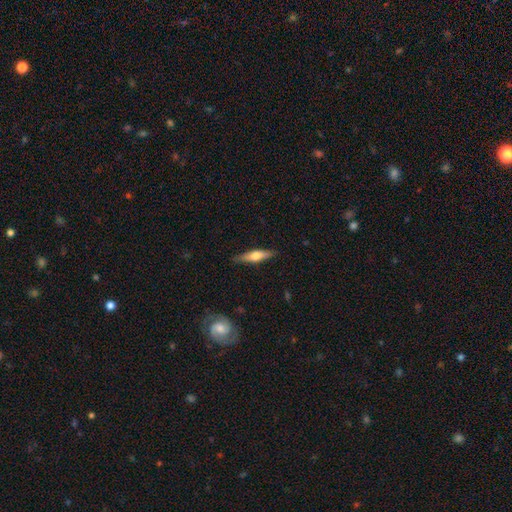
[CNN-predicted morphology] A featured or disk galaxy (51%) viewed edge-on (93%). Merging: none (87%).